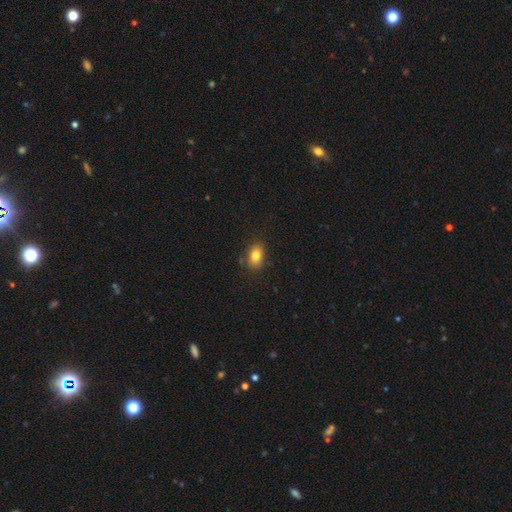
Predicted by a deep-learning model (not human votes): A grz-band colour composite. It shows a smooth galaxy with no disk features (82%) that is in between round and cigar-shaped (79%). Merging: none (82%).